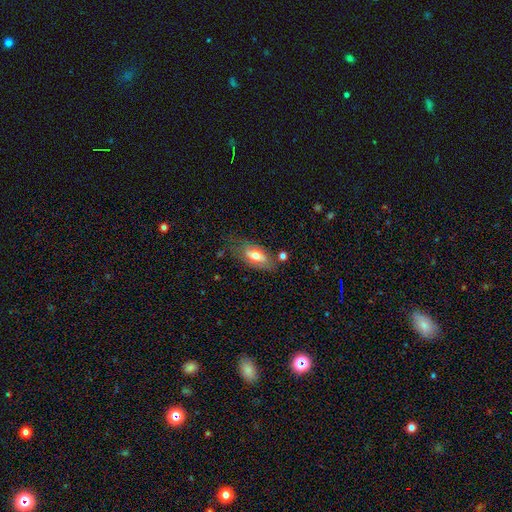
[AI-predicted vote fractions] smooth-or-featured: smooth: 54% | featured or disk: 39% | star or artifact: 7%
  how-rounded: in between: 86% | cigar-shaped: 10% | round: 4%
  merging: none: 61% | minor disturbance: 23% | major disturbance: 10% | merger: 6%